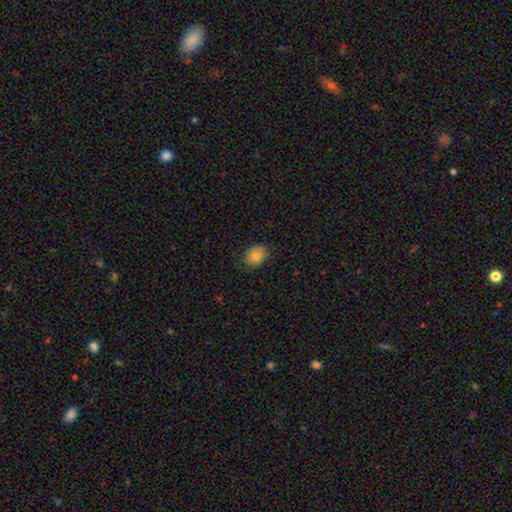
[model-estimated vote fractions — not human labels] This appears to be a smooth galaxy with no disk features (82%) that is in between round and cigar-shaped (51%). Merging: none (78%).